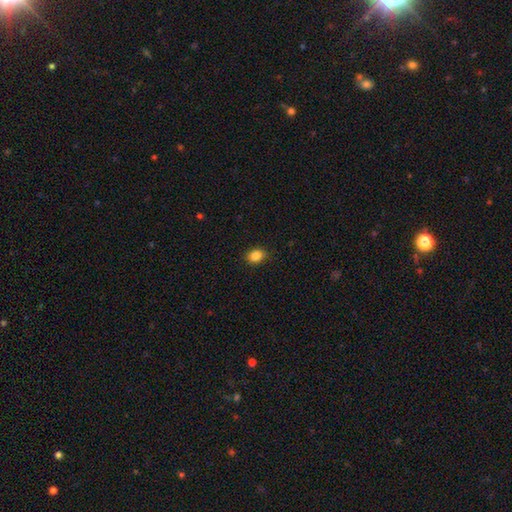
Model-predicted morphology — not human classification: This is clearly a smooth galaxy (86%). How rounded: possibly round (57%). Merging: clearly none (88%).